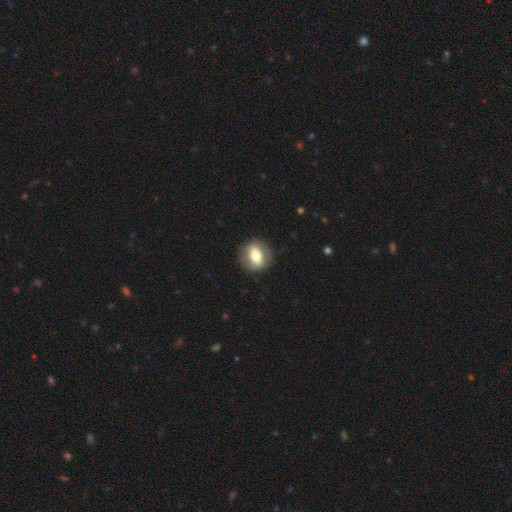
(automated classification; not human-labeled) Smooth or featured? Predicted: smooth (p=0.55). How rounded? Predicted: round (p=0.56). Merging? Predicted: none (p=0.85).